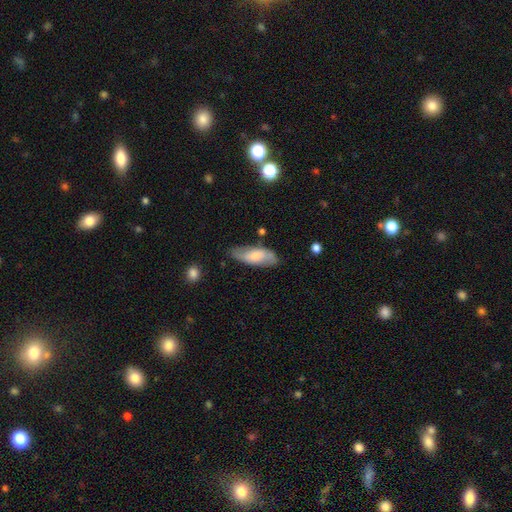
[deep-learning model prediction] The model was most divided on "smooth or featured": smooth: 64%, featured or disk: 30%, star or artifact: 6%. More confident: how rounded — in between (79%); merging — none (69%).